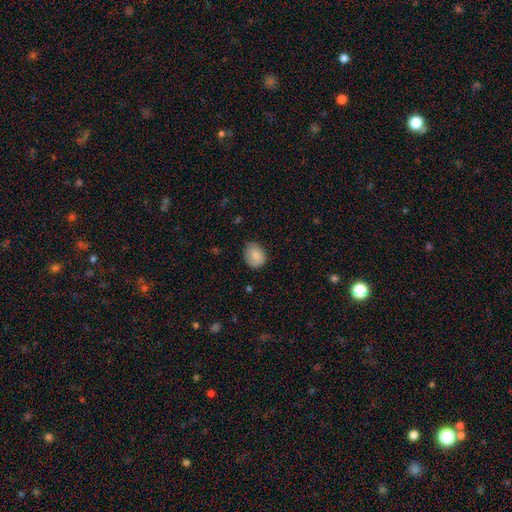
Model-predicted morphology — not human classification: smooth-or-featured: smooth: 86% | star or artifact: 7% | featured or disk: 6%
  how-rounded: in between: 54% | round: 45% | cigar-shaped: 1%
  merging: none: 72% | minor disturbance: 23% | major disturbance: 4% | merger: 1%